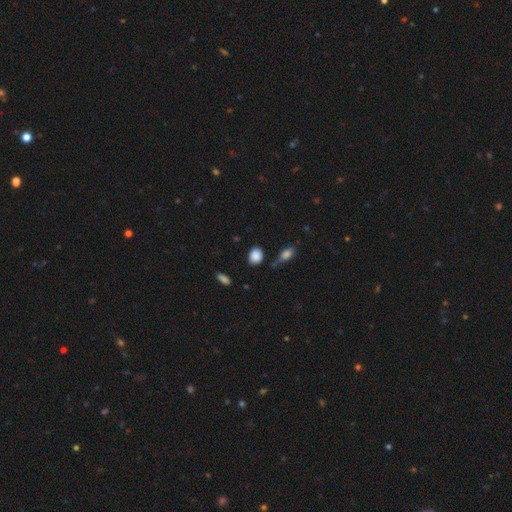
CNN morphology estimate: smooth 86%, star or artifact 9%, featured or disk 5%. Down the decision tree: how rounded — in between (53%); merging — none (72%).